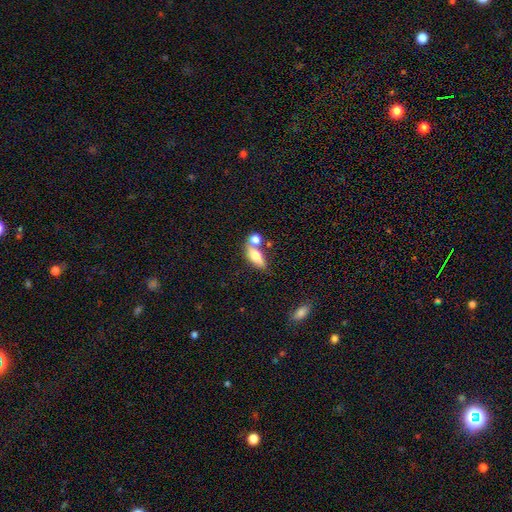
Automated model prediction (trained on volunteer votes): Q: Smooth or featured?
A: smooth (65%); runner-up: featured or disk (27%)
Q: How rounded?
A: in between (69%); runner-up: cigar-shaped (22%)
Q: Merging?
A: none (42%); runner-up: merger (41%)